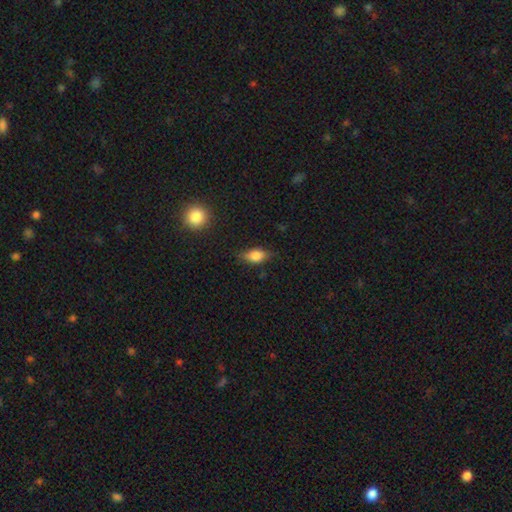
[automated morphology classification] smooth_or_featured: smooth (p=0.74) [alt: featured or disk p=0.17]
how_rounded: in between (p=0.81) [alt: round p=0.10]
merging: none (p=0.75) [alt: minor disturbance p=0.19]